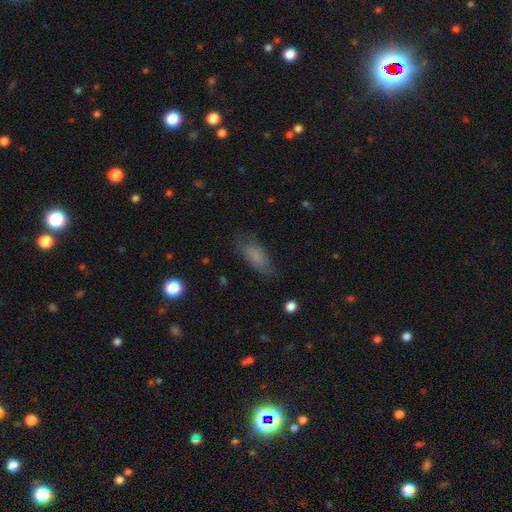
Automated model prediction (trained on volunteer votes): This is likely a smooth galaxy (75%). How rounded: clearly in between (80%). Merging: likely none (68%).